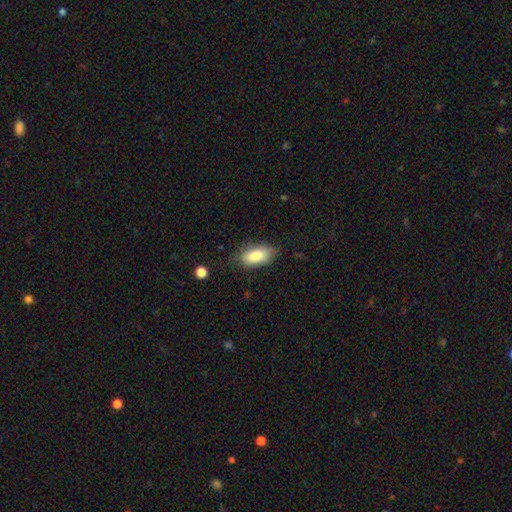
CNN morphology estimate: smooth 83%, featured or disk 10%, star or artifact 7%. Down the decision tree: how rounded — in between (90%); merging — none (74%).